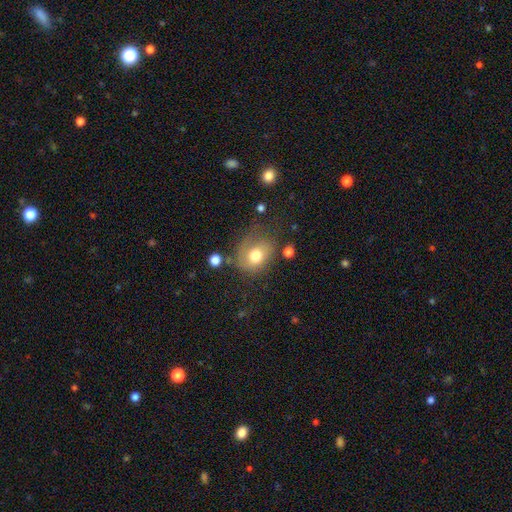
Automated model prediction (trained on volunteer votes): Smooth or featured: smooth — 70% (featured or disk — 20%)
How rounded: round — 58% (in between — 42%)
Merging: none — 49% (minor disturbance — 27%)